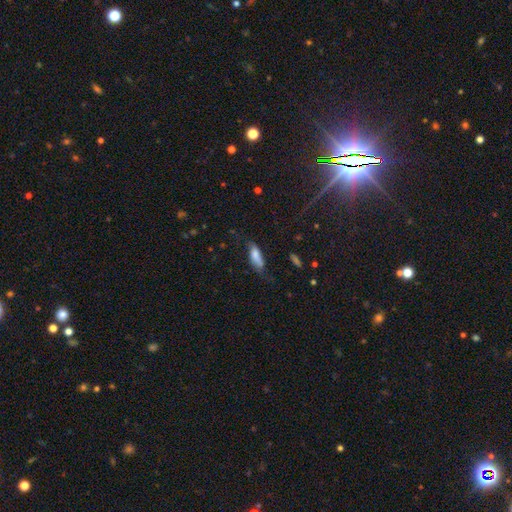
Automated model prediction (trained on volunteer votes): smooth-or-featured: smooth: 70% | featured or disk: 22% | star or artifact: 8%
  how-rounded: in between: 68% | cigar-shaped: 30% | round: 3%
  merging: none: 48% | minor disturbance: 32% | major disturbance: 17% | merger: 4%